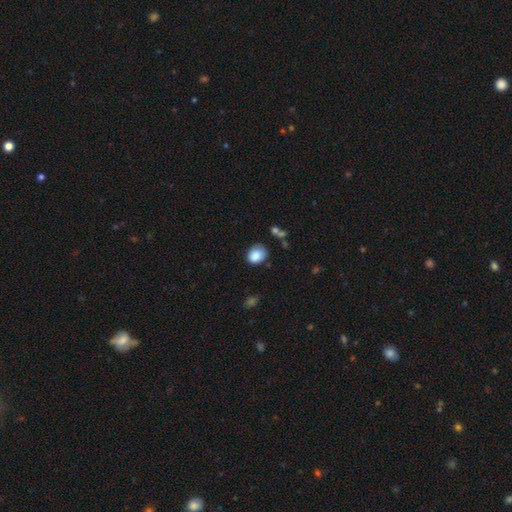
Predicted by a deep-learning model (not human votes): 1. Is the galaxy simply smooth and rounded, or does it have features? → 84% smooth, 8% star or artifact, 8% featured or disk.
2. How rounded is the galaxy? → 54% round, 46% in between, 1% cigar-shaped.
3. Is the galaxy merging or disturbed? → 63% none, 26% minor disturbance, 7% major disturbance, 4% merger.